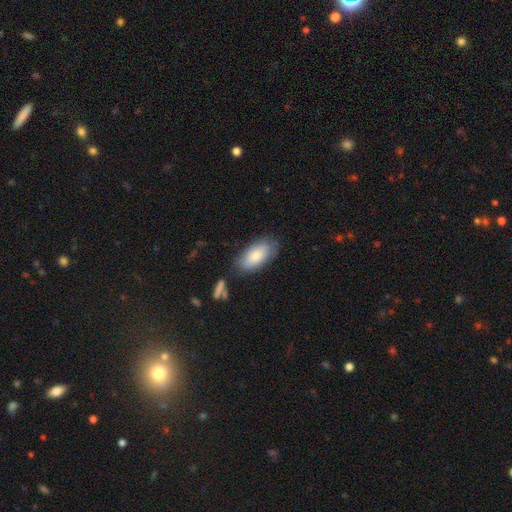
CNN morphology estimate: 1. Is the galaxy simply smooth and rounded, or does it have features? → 79% smooth, 14% featured or disk, 6% star or artifact.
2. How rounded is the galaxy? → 92% in between, 5% cigar-shaped, 3% round.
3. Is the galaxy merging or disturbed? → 72% none, 17% minor disturbance, 6% merger, 5% major disturbance.